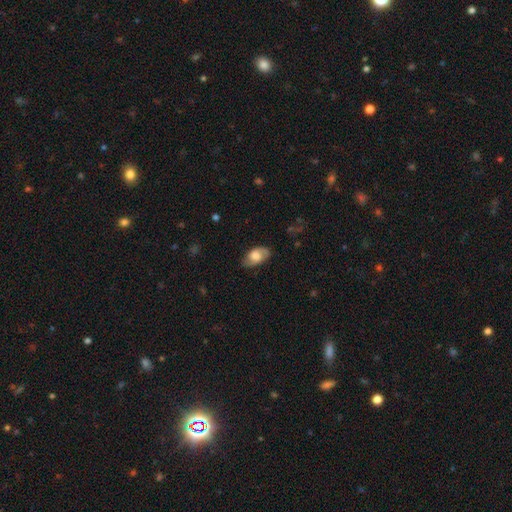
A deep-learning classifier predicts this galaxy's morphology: The model was most divided on "smooth or featured": smooth: 49%, featured or disk: 44%, star or artifact: 7%. More confident: merging — none (76%).